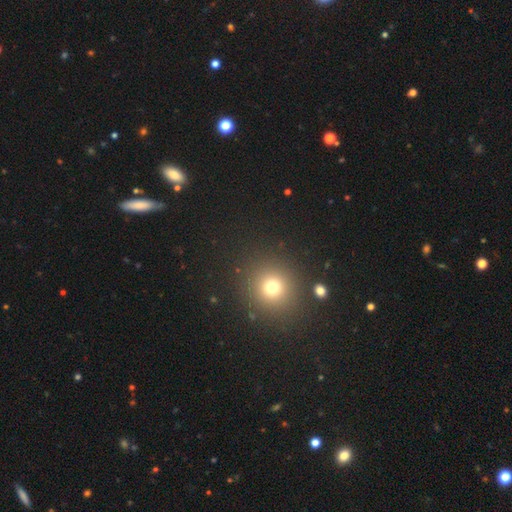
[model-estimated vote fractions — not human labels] A smooth galaxy with no disk features (59%) that is round (91%).

Vote fractions:
- Smooth or featured? smooth: 59% / star or artifact: 33% / featured or disk: 7%
- How rounded? round: 91% / in between: 8% / cigar-shaped: 1%
- Merging? none: 90% / minor disturbance: 5% / merger: 2% / major disturbance: 2%